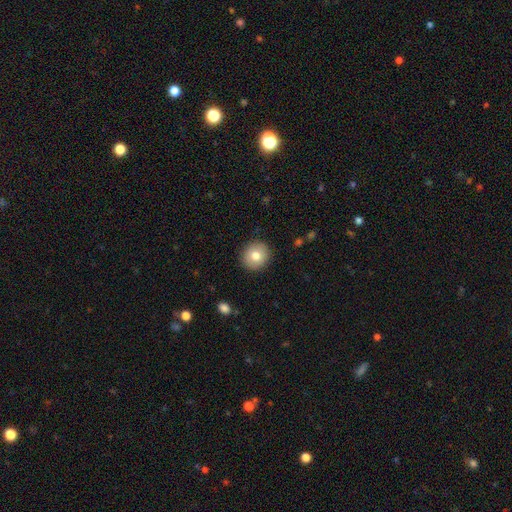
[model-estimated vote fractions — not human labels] A smooth galaxy with no disk features (79%) that is round (86%).

Vote fractions:
- Smooth or featured? smooth: 79% / featured or disk: 13% / star or artifact: 9%
- How rounded? round: 86% / in between: 13% / cigar-shaped: 1%
- Merging? none: 91% / minor disturbance: 7% / major disturbance: 2% / merger: 1%